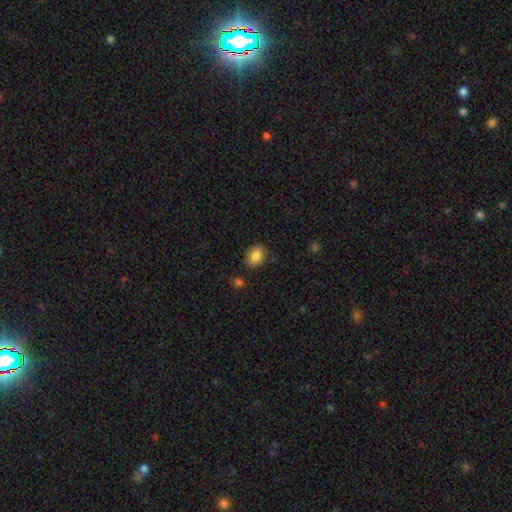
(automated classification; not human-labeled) Q: Smooth or featured?
A: smooth (86%); runner-up: star or artifact (8%)
Q: How rounded?
A: in between (70%); runner-up: round (29%)
Q: Merging?
A: none (82%); runner-up: minor disturbance (12%)